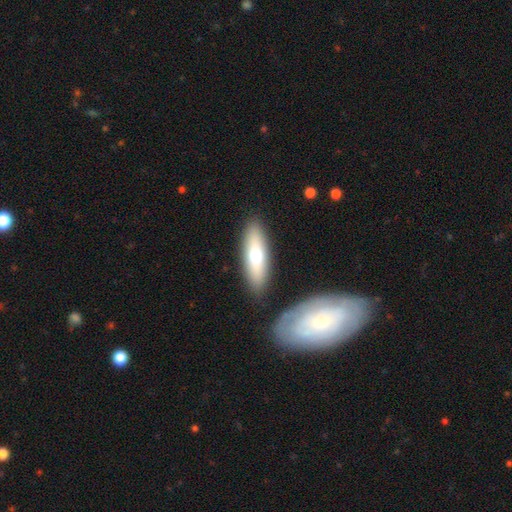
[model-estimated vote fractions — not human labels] This is likely a smooth galaxy (62%). How rounded: possibly in between (49%, tied with cigar-shaped). Merging: clearly none (84%).